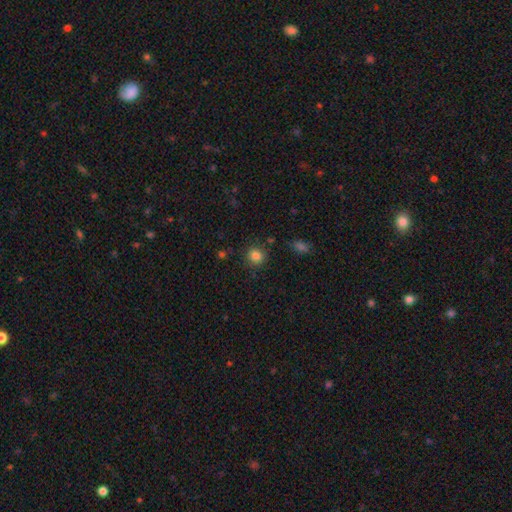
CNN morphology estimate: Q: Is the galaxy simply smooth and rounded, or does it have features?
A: smooth — 84%.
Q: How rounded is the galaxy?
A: round — 86%.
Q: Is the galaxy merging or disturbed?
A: none — 86%.